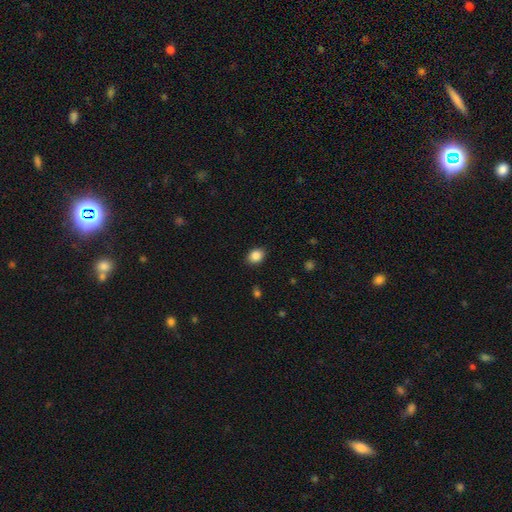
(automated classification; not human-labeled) This appears to be a smooth galaxy with no disk features (87%) that is in between round and cigar-shaped (64%). Merging: none (88%).